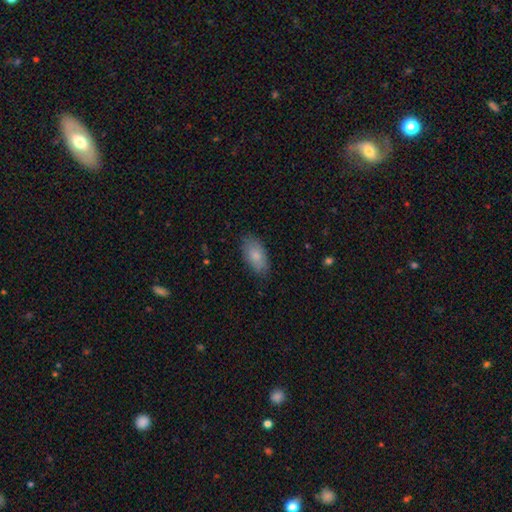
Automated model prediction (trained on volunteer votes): Morphology: type=smooth (82%); roundness=in between (93%); merging=none (81%).